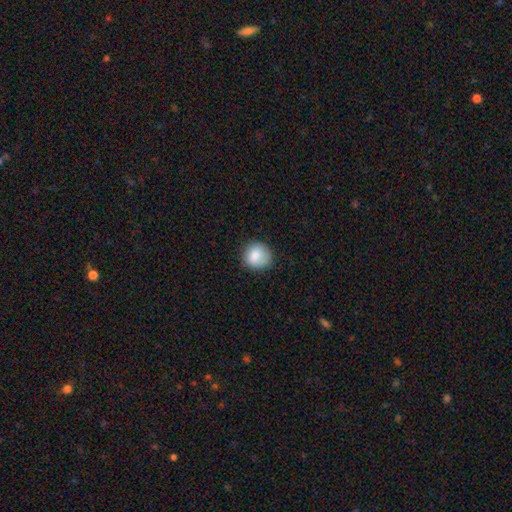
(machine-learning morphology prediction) Smooth or featured?
  - smooth: 85% *
  - star or artifact: 8%
  - featured or disk: 7%
How rounded?
  - round: 85% *
  - in between: 14%
  - cigar-shaped: 1%
Merging?
  - none: 80% *
  - minor disturbance: 15%
  - major disturbance: 4%
  - merger: 1%